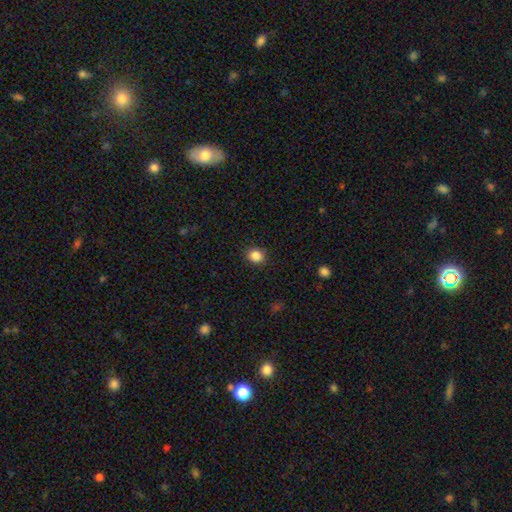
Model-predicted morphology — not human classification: Smooth or featured? Predicted: smooth (p=0.86). How rounded? Predicted: round (p=0.73). Merging? Predicted: none (p=0.89).